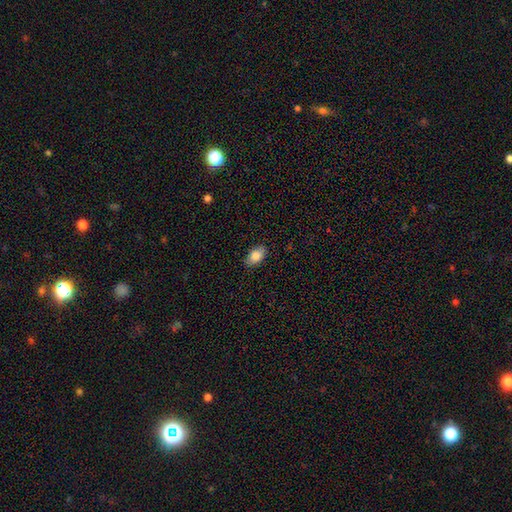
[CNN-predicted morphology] smooth-or-featured: smooth: 85% | star or artifact: 7% | featured or disk: 7%
  how-rounded: in between: 90% | round: 8% | cigar-shaped: 2%
  merging: none: 86% | minor disturbance: 11% | major disturbance: 2% | merger: 1%